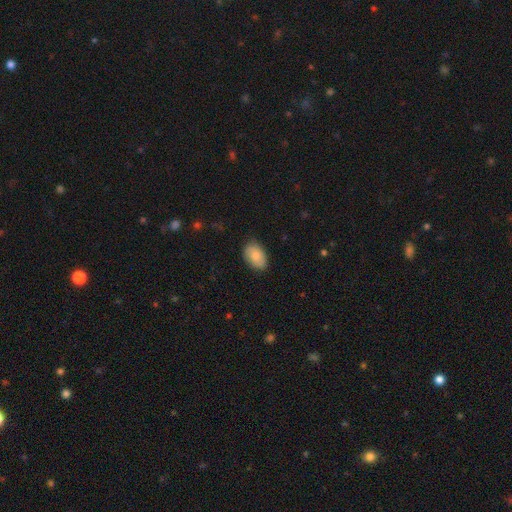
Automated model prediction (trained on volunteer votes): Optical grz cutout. It shows a smooth galaxy with no disk features (77%) that is in between round and cigar-shaped (88%). Merging: none (81%).